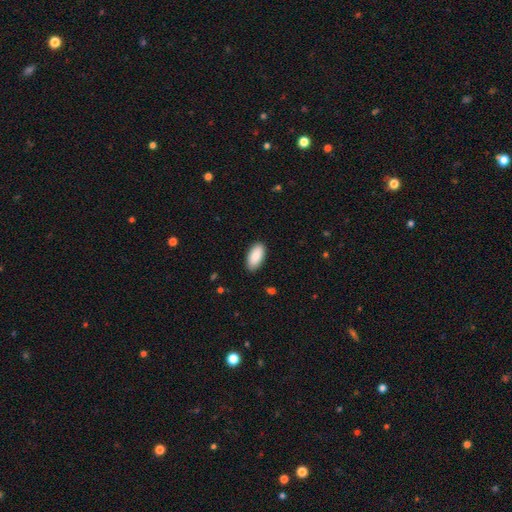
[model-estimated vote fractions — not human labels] A smooth galaxy with no disk features (91%) that is in between round and cigar-shaped (93%).

Vote fractions:
- Smooth or featured? smooth: 91% / star or artifact: 6% / featured or disk: 4%
- How rounded? in between: 93% / cigar-shaped: 5% / round: 2%
- Merging? none: 88% / minor disturbance: 9% / major disturbance: 2% / merger: 1%